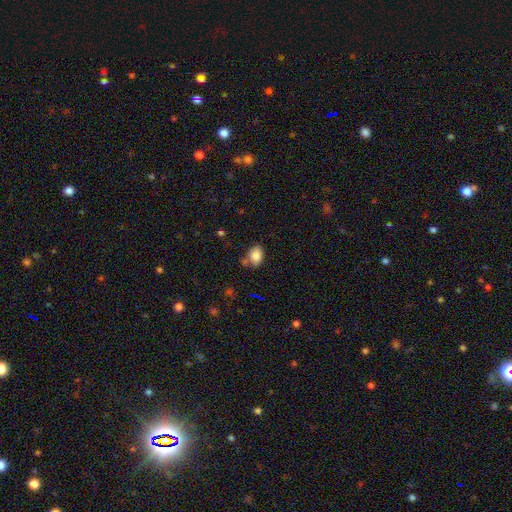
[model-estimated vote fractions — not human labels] smooth_or_featured: smooth (p=0.84) [alt: star or artifact p=0.09]
how_rounded: in between (p=0.80) [alt: round p=0.19]
merging: none (p=0.66) [alt: minor disturbance p=0.19]